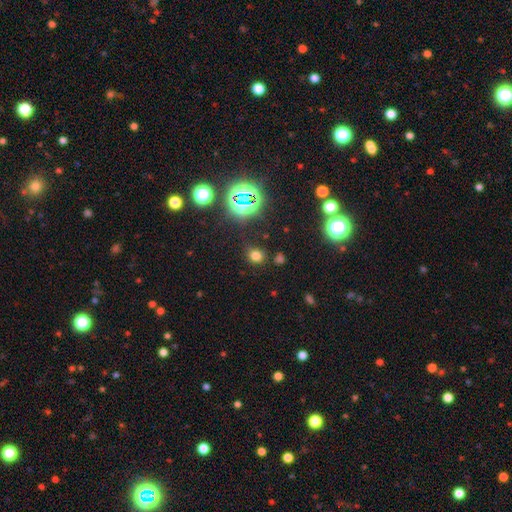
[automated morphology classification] Smooth or featured: smooth — 64% (star or artifact — 29%)
How rounded: round — 74% (in between — 25%)
Merging: none — 81% (minor disturbance — 11%)